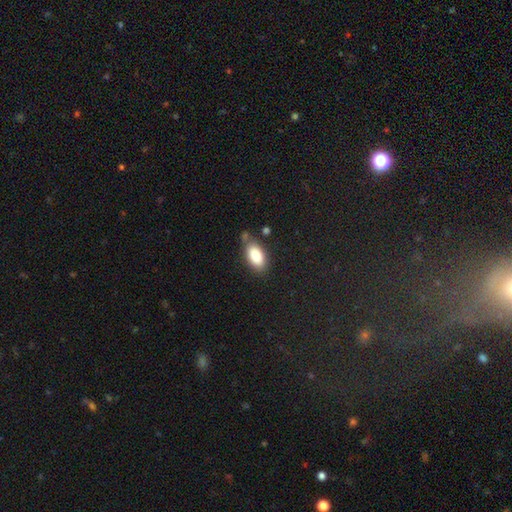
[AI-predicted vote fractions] Smooth or featured: smooth — 87% (star or artifact — 7%)
How rounded: in between — 93% (cigar-shaped — 4%)
Merging: none — 68% (minor disturbance — 19%)